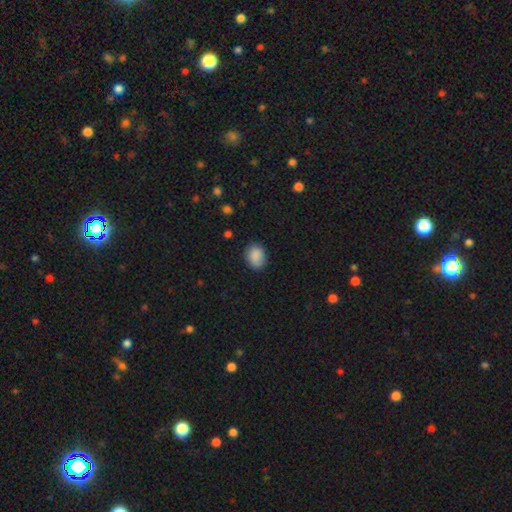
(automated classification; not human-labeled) Morphology: type=smooth (88%); roundness=in between (61%); merging=none (81%).